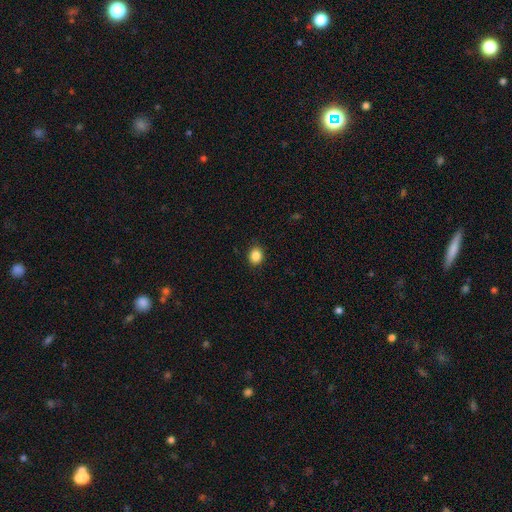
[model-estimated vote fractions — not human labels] smooth_or_featured: smooth (p=0.86) [alt: star or artifact p=0.10]
how_rounded: round (p=0.64) [alt: in between p=0.35]
merging: none (p=0.91) [alt: minor disturbance p=0.07]